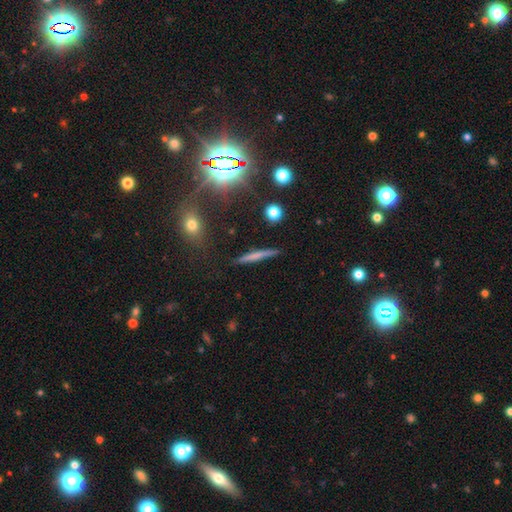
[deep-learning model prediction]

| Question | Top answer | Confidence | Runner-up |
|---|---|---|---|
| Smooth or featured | smooth | 55% | featured or disk (35%) |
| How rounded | cigar-shaped | 92% | in between (4%) |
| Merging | none | 87% | minor disturbance (9%) |